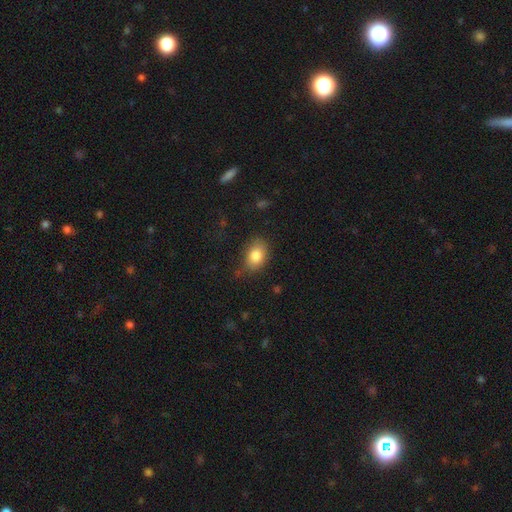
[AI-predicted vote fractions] This is clearly a smooth galaxy (83%). How rounded: likely in between (79%). Merging: likely none (72%).